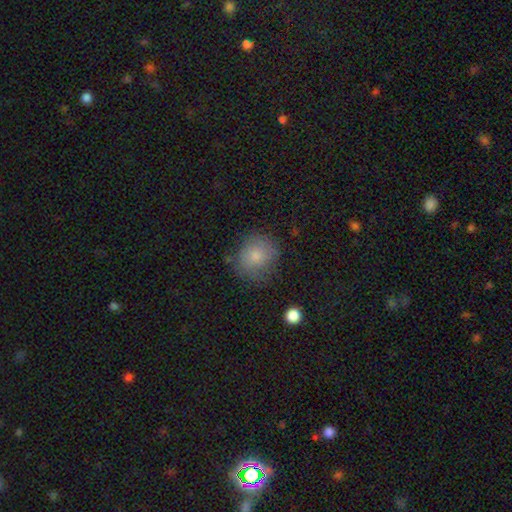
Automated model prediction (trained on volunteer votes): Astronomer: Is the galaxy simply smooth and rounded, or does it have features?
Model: smooth — 80%.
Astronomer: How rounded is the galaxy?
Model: round — 79%.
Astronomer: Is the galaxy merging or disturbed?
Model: none — 67%.